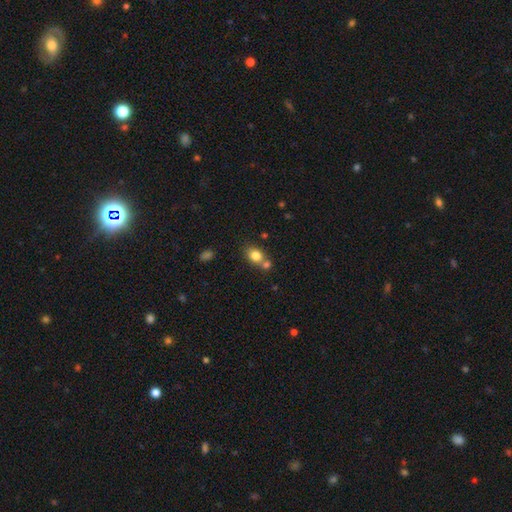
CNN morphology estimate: This is clearly a smooth galaxy (81%). How rounded: possibly round (54%). Merging: possibly none (48%).